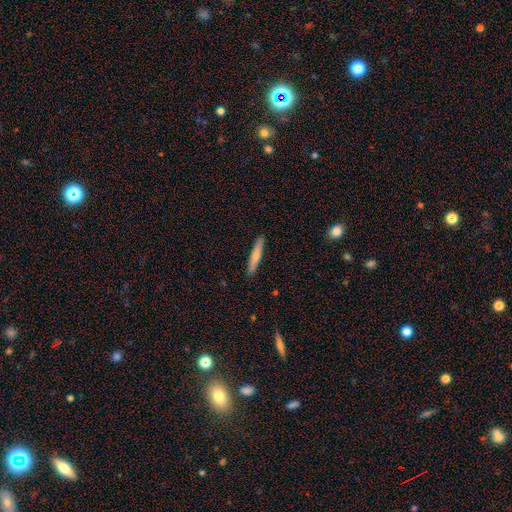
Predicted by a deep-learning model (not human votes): Smooth or featured? smooth (70%)
How rounded? cigar-shaped (93%)
Merging? none (90%)